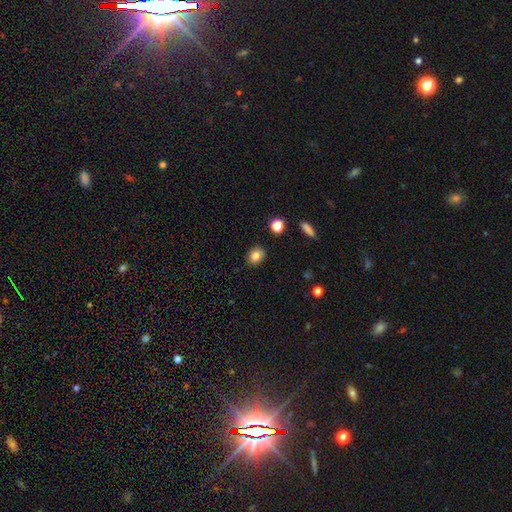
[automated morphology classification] smooth-or-featured: smooth: 83% | star or artifact: 10% | featured or disk: 7%
  how-rounded: round: 54% | in between: 45% | cigar-shaped: 1%
  merging: none: 88% | minor disturbance: 8% | major disturbance: 2% | merger: 2%